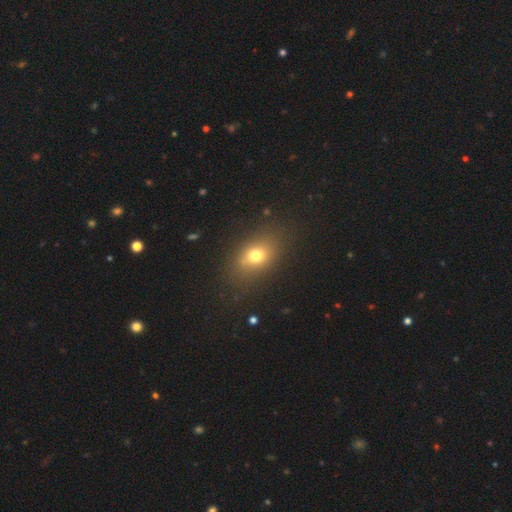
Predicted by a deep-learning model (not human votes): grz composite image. It shows a smooth galaxy with no disk features (71%) that is in between round and cigar-shaped (67%). Merging: none (79%).